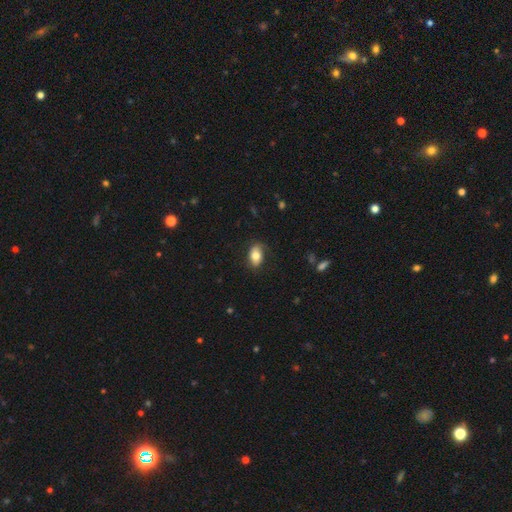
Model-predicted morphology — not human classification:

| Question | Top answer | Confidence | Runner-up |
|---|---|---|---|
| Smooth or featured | smooth | 73% | featured or disk (19%) |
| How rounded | in between | 89% | round (9%) |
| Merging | none | 74% | minor disturbance (19%) |